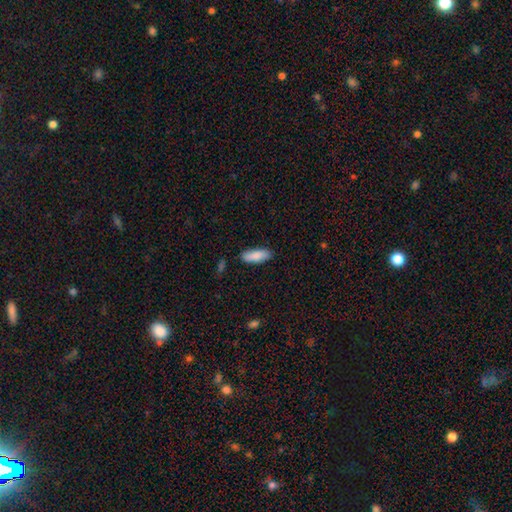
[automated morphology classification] smooth_or_featured: smooth (p=0.86) [alt: featured or disk p=0.08]
how_rounded: in between (p=0.68) [alt: cigar-shaped p=0.30]
merging: none (p=0.85) [alt: minor disturbance p=0.11]